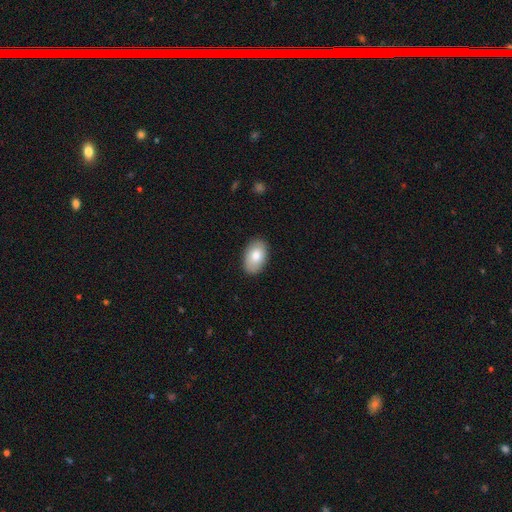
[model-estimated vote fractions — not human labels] This appears to be a smooth galaxy with no disk features (80%) that is in between round and cigar-shaped (91%). Merging: none (88%).